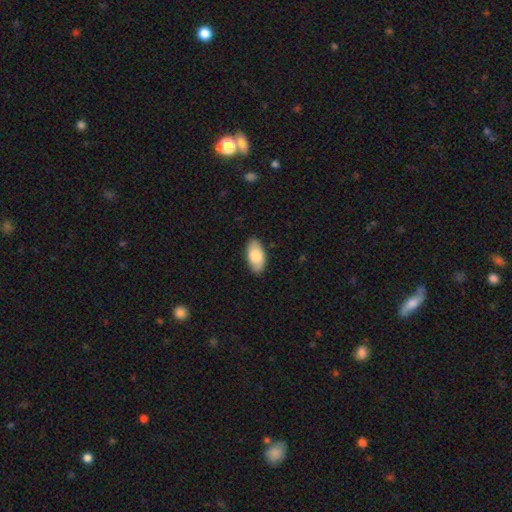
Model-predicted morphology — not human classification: The model was most divided on "smooth or featured": smooth: 82%, featured or disk: 12%, star or artifact: 6%. More confident: how rounded — in between (94%); merging — none (87%).